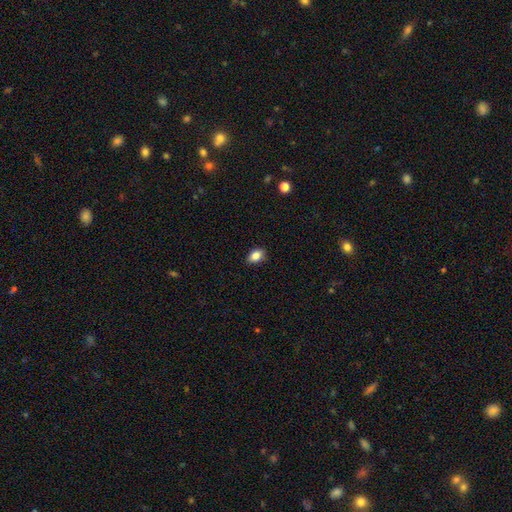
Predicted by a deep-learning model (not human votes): Smooth or featured? Predicted: smooth (p=0.86). How rounded? Predicted: in between (p=0.79). Merging? Predicted: none (p=0.86).